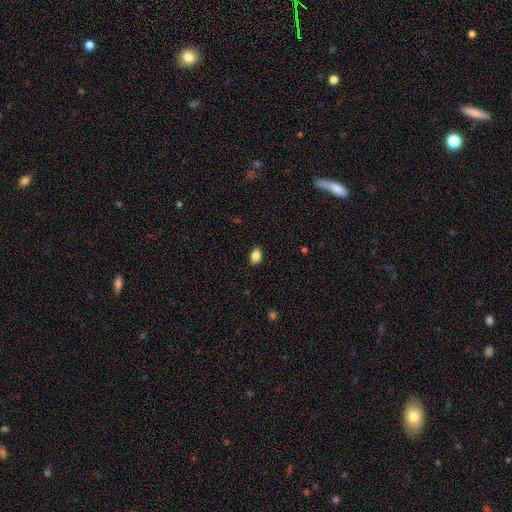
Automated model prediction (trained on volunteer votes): smooth-or-featured: smooth: 86% | star or artifact: 9% | featured or disk: 5%
  how-rounded: in between: 85% | round: 13% | cigar-shaped: 2%
  merging: none: 88% | minor disturbance: 9% | major disturbance: 2% | merger: 1%